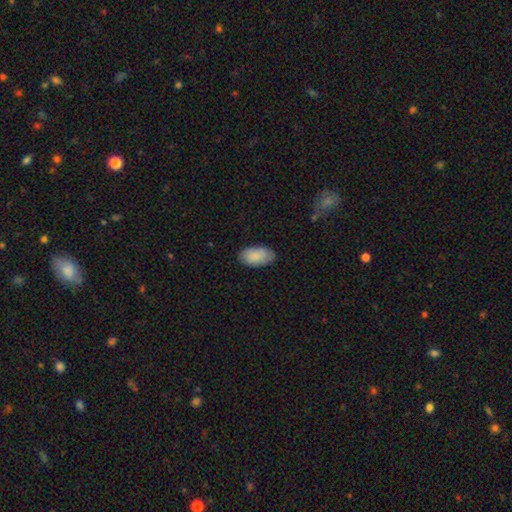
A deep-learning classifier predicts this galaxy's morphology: type=smooth (87%); roundness=in between (95%); merging=none (83%).